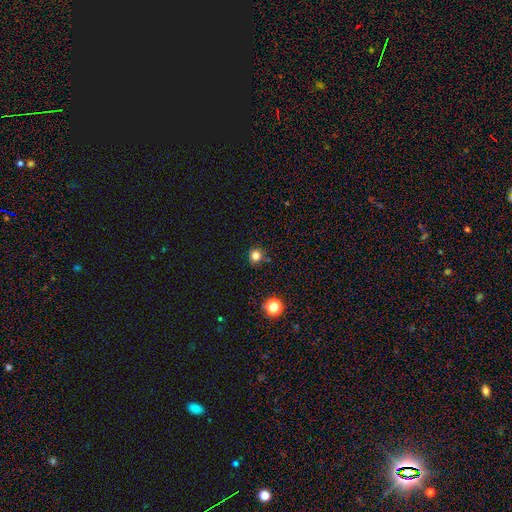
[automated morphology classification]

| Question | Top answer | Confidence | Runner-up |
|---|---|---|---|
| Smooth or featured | smooth | 79% | star or artifact (16%) |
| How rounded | round | 90% | in between (9%) |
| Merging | none | 82% | minor disturbance (12%) |